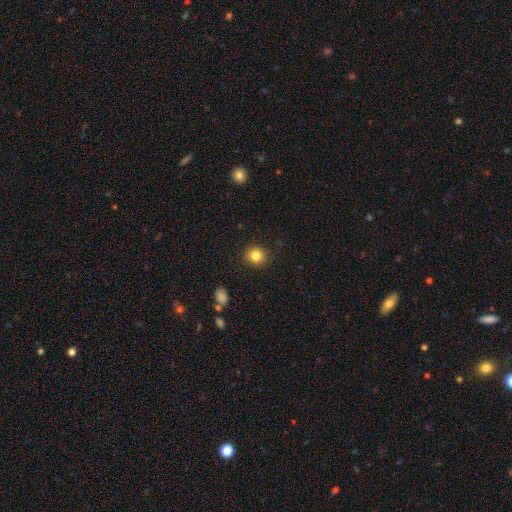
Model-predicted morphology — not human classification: Smooth or featured? smooth (84%)
How rounded? round (89%)
Merging? none (91%)